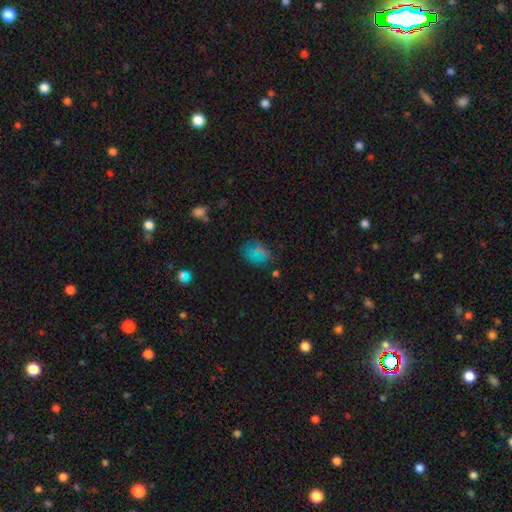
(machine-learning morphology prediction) Q: Smooth or featured?
A: smooth (55%); runner-up: star or artifact (32%)
Q: How rounded?
A: in between (61%); runner-up: round (37%)
Q: Merging?
A: none (71%); runner-up: minor disturbance (19%)